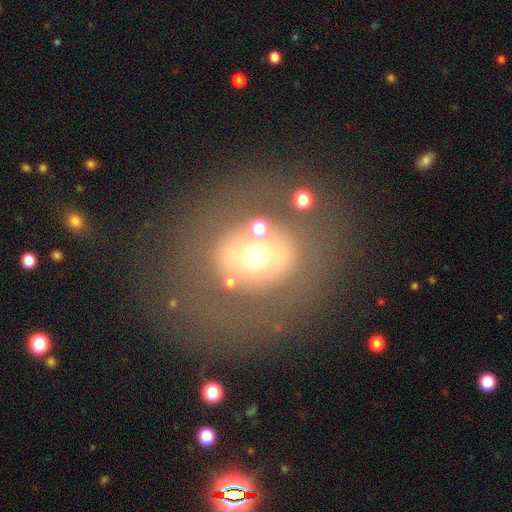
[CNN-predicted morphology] This is possibly a smooth galaxy (54%). How rounded: likely round (70%). Merging: likely none (70%).